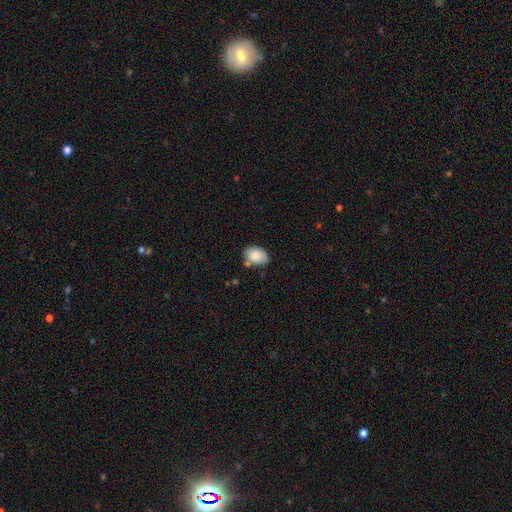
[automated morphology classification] Smooth or featured?
  - smooth: 84% *
  - featured or disk: 9%
  - star or artifact: 7%
How rounded?
  - in between: 83% *
  - round: 16%
  - cigar-shaped: 1%
Merging?
  - none: 66% *
  - minor disturbance: 21%
  - merger: 9%
  - major disturbance: 4%